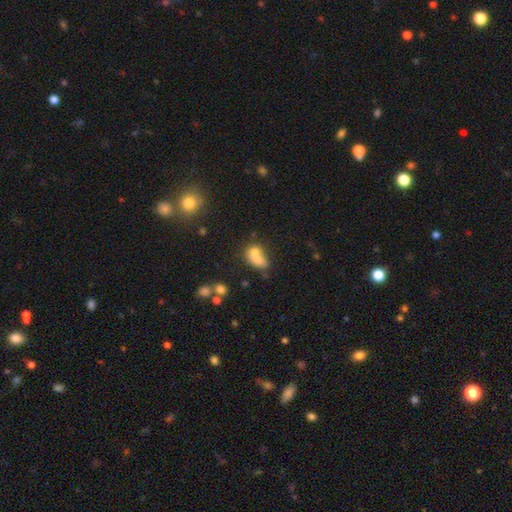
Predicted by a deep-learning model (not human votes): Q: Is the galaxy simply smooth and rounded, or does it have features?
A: smooth — 69%.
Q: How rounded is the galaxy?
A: in between — 67%.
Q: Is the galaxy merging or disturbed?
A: merger — 56%.